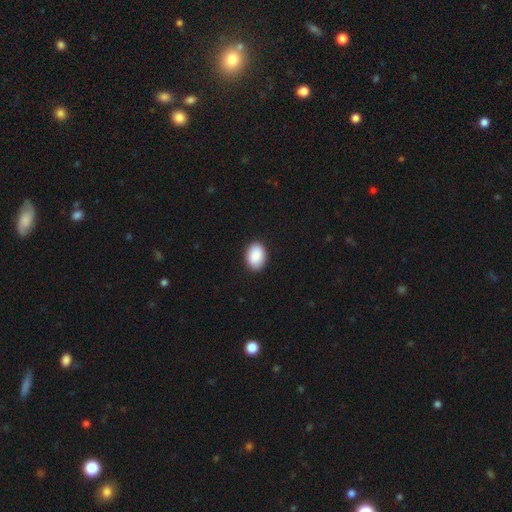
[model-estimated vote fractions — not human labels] A smooth galaxy with no disk features (90%) that is in between round and cigar-shaped (79%). Merging: none (90%).